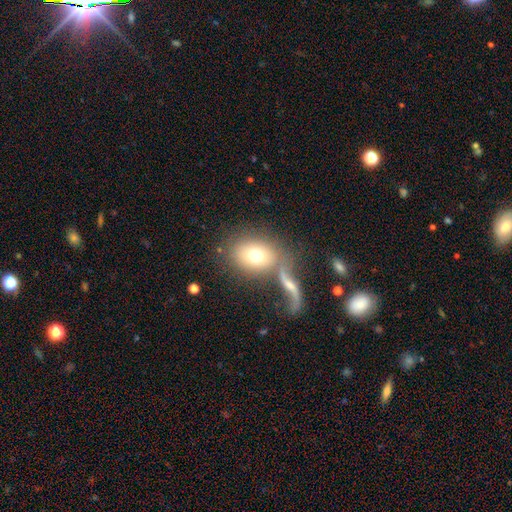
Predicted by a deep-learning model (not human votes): Smooth or featured? Predicted: smooth (p=0.69). How rounded? Predicted: in between (p=0.55). Merging? Predicted: none (p=0.56).